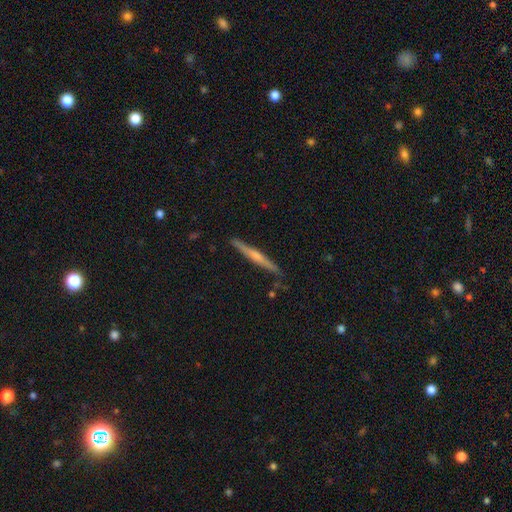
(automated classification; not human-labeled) Smooth or featured?
  - featured or disk: 68% *
  - smooth: 26%
  - star or artifact: 6%
Edge-on disk?
  - yes: 98% *
  - no: 2%
Edge-on bulge?
  - rounded: 68% *
  - none: 24%
  - boxy: 8%
Merging?
  - none: 88% *
  - minor disturbance: 9%
  - merger: 2%
  - major disturbance: 2%